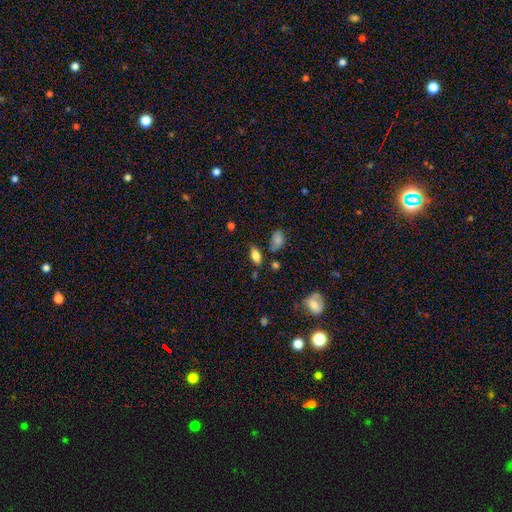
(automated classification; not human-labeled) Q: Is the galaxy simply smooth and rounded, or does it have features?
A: smooth — 78%.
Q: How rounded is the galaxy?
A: in between — 87%.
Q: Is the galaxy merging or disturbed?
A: none — 73%.